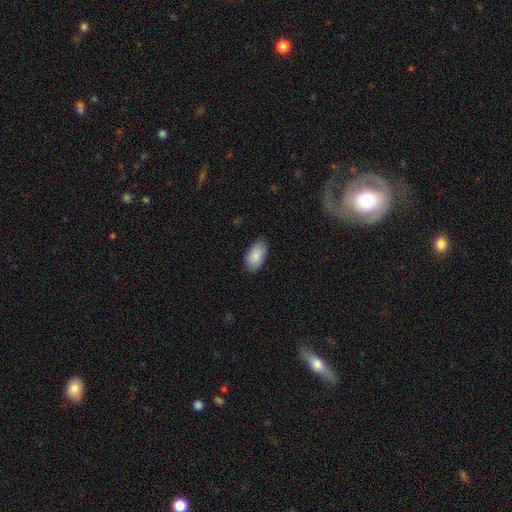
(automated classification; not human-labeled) Smooth or featured? Predicted: smooth (p=0.87). How rounded? Predicted: in between (p=0.95). Merging? Predicted: none (p=0.86).